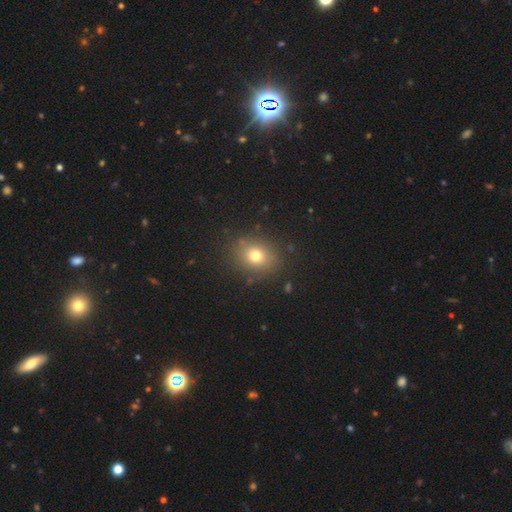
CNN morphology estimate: This is likely a smooth galaxy (74%). How rounded: possibly round (54%). Merging: clearly none (84%).